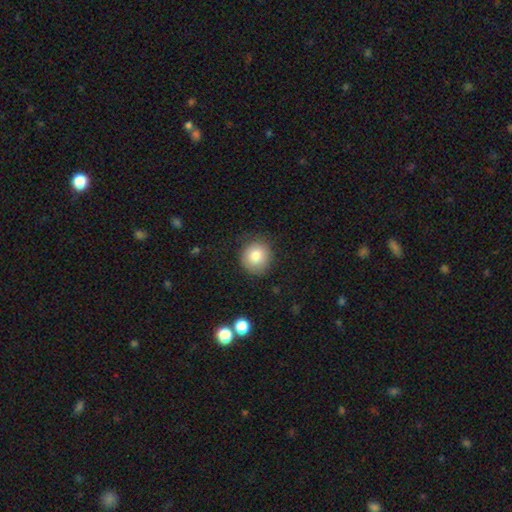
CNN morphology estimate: Smooth or featured: smooth — 82% (star or artifact — 9%)
How rounded: round — 87% (in between — 12%)
Merging: none — 82% (minor disturbance — 13%)